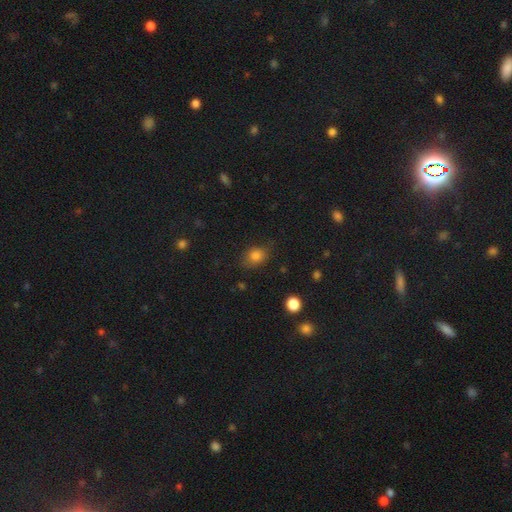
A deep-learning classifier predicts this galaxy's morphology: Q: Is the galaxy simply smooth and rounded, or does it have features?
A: smooth — 81%.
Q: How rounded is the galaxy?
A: in between — 57%.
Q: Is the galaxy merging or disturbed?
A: none — 71%.